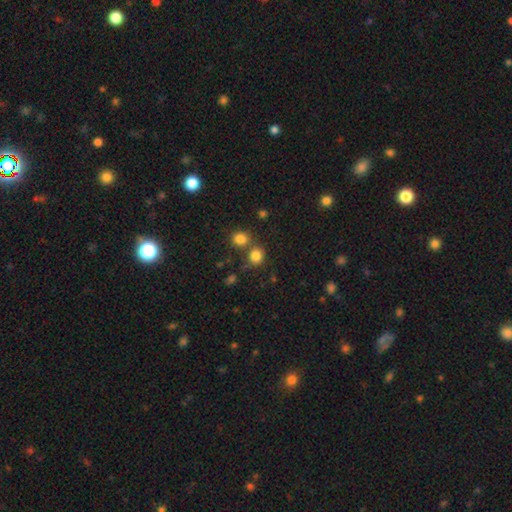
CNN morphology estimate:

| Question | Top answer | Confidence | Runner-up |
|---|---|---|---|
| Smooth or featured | smooth | 82% | star or artifact (12%) |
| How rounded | round | 83% | in between (16%) |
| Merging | none | 63% | merger (24%) |